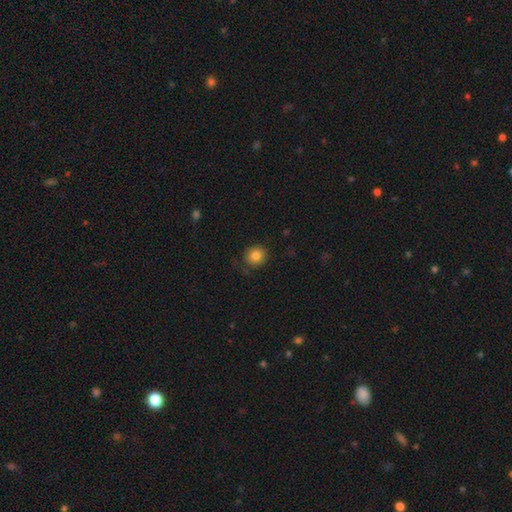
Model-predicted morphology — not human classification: Smooth or featured: smooth — 83% (star or artifact — 10%)
How rounded: round — 87% (in between — 12%)
Merging: none — 85% (minor disturbance — 11%)